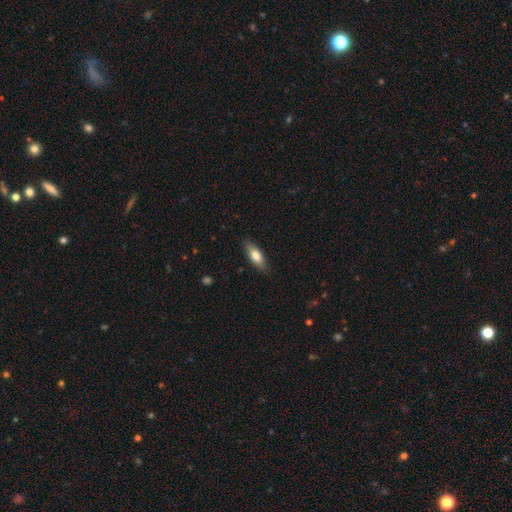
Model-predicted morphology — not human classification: This is likely a smooth galaxy (71%). How rounded: likely in between (62%). Merging: clearly none (85%).